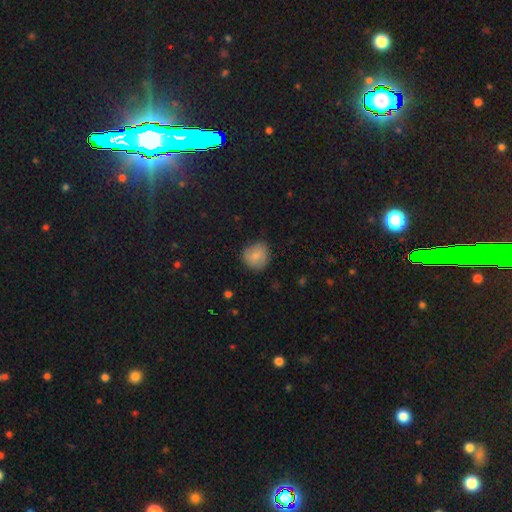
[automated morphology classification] This is likely a smooth galaxy (79%). How rounded: clearly round (83%). Merging: likely none (74%).